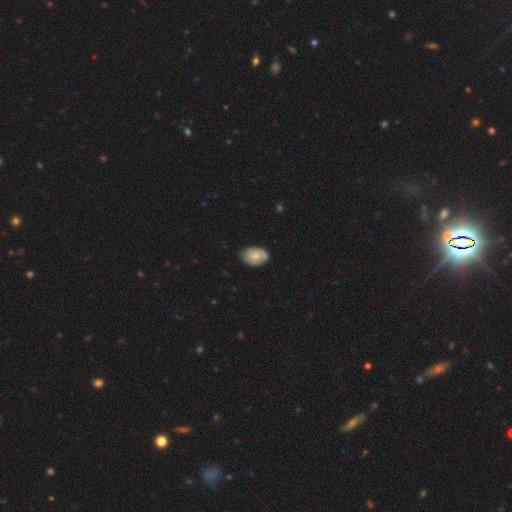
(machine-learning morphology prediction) smooth_or_featured: smooth (p=0.59) [alt: featured or disk p=0.35]
how_rounded: in between (p=0.83) [alt: round p=0.15]
merging: none (p=0.69) [alt: minor disturbance p=0.25]